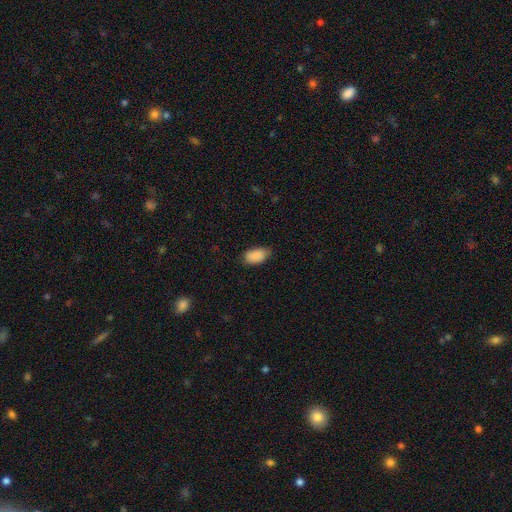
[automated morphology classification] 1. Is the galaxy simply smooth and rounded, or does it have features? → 89% smooth, 7% star or artifact, 4% featured or disk.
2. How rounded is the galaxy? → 94% in between, 4% round, 2% cigar-shaped.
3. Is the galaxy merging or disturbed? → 77% none, 19% minor disturbance, 3% major disturbance, 1% merger.